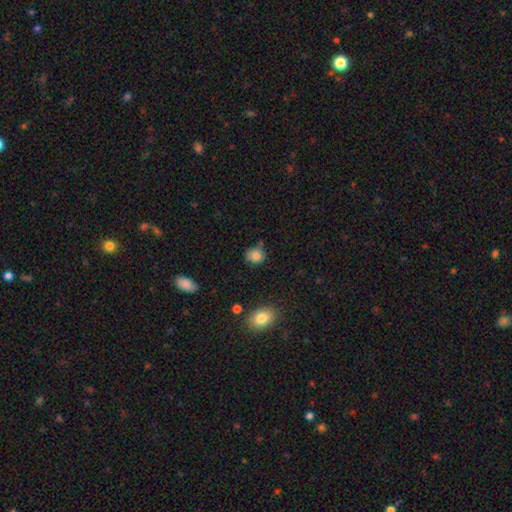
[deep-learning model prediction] Smooth or featured? smooth (81%)
How rounded? round (76%)
Merging? none (65%)